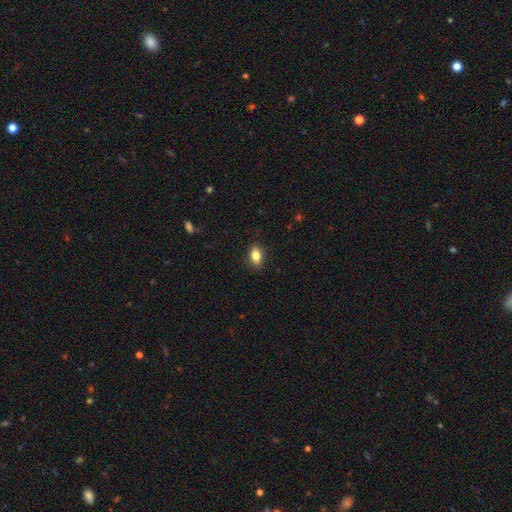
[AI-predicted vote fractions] Smooth or featured? Predicted: smooth (p=0.82). How rounded? Predicted: in between (p=0.84). Merging? Predicted: none (p=0.88).